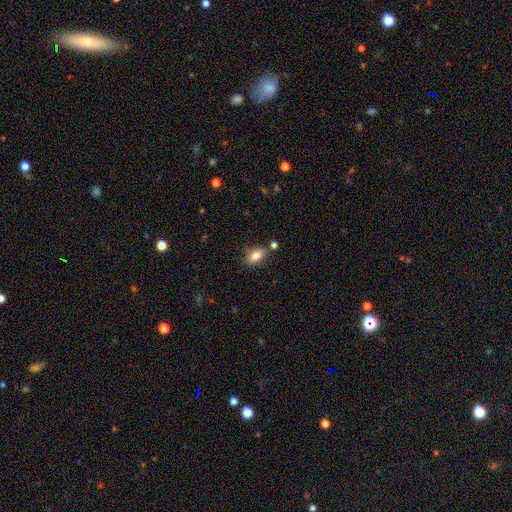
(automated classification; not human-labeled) Smooth or featured: smooth — 84% (star or artifact — 9%)
How rounded: in between — 86% (round — 12%)
Merging: none — 76% (minor disturbance — 13%)